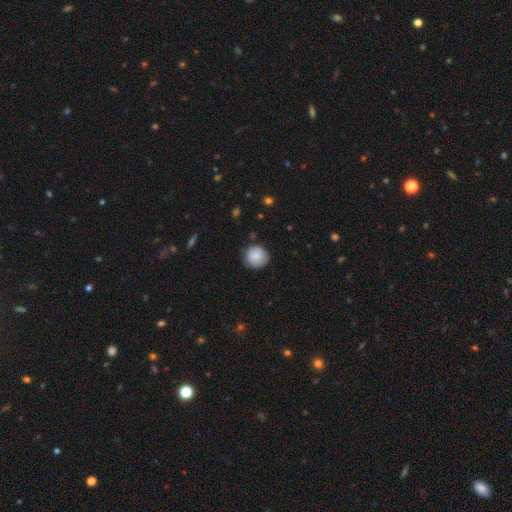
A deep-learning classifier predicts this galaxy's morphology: Q: Smooth or featured?
A: smooth (84%); runner-up: featured or disk (9%)
Q: How rounded?
A: round (93%); runner-up: in between (6%)
Q: Merging?
A: none (80%); runner-up: minor disturbance (16%)